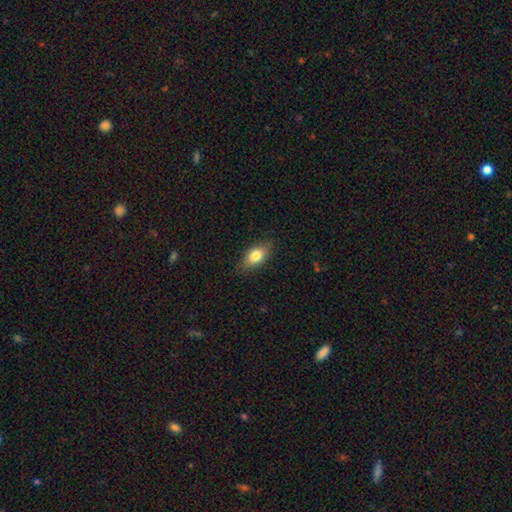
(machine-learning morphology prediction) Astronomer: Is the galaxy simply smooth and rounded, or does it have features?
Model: smooth — 78%.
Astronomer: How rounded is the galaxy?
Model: in between — 84%.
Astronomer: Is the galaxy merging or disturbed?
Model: none — 83%.